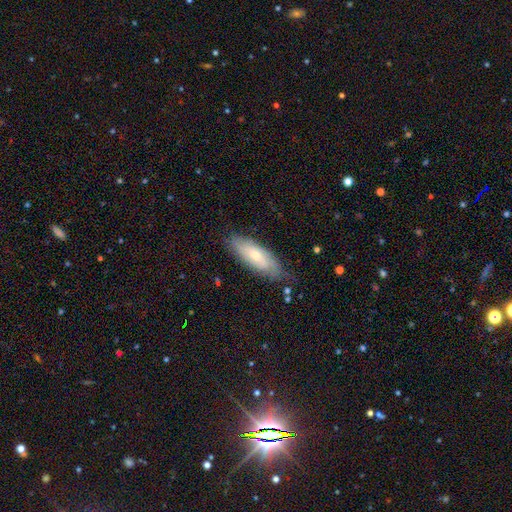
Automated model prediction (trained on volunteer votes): Smooth or featured? Predicted: smooth (p=0.55). How rounded? Predicted: in between (p=0.65). Merging? Predicted: none (p=0.69).